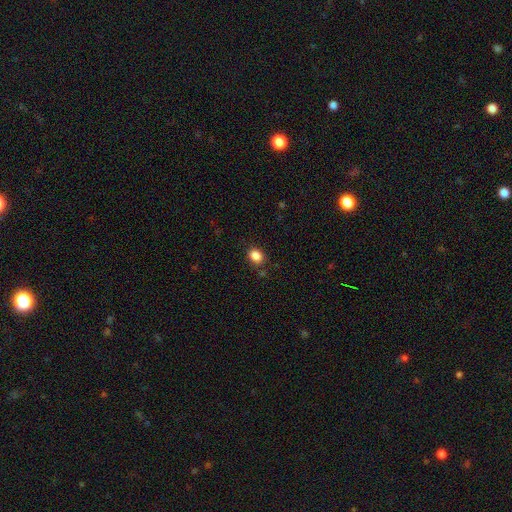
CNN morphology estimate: smooth-or-featured: smooth: 86% | star or artifact: 10% | featured or disk: 4%
  how-rounded: in between: 54% | round: 45% | cigar-shaped: 1%
  merging: none: 84% | minor disturbance: 11% | major disturbance: 3% | merger: 2%